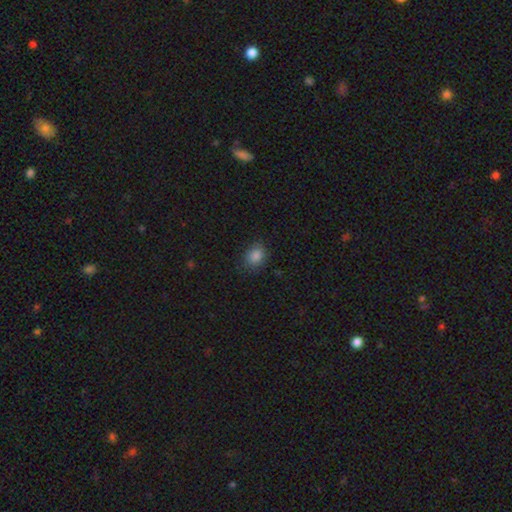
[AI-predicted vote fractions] smooth-or-featured: smooth: 85% | star or artifact: 11% | featured or disk: 4%
  how-rounded: in between: 53% | round: 46% | cigar-shaped: 1%
  merging: none: 77% | minor disturbance: 17% | major disturbance: 4% | merger: 1%